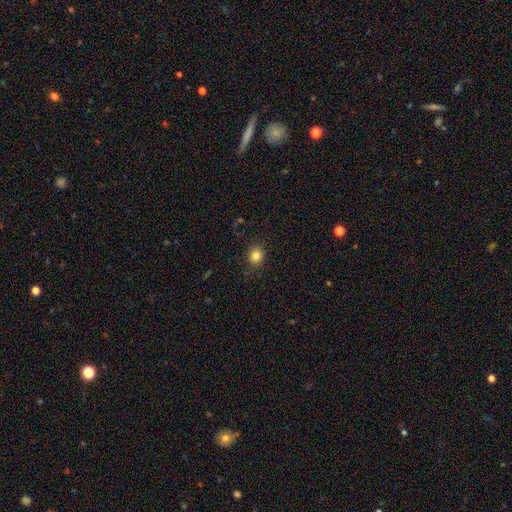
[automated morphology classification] A smooth galaxy with no disk features (82%) that is round (79%). Merging: none (86%).